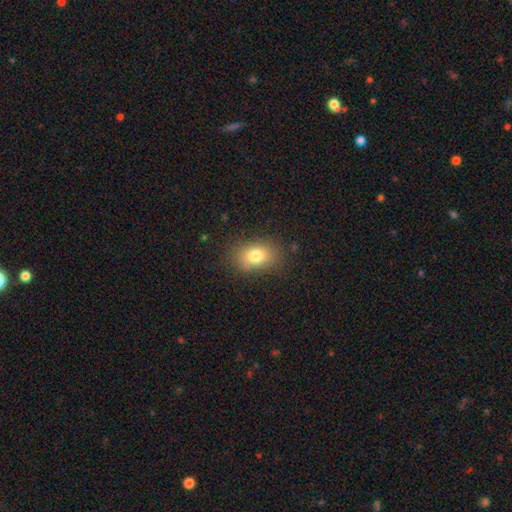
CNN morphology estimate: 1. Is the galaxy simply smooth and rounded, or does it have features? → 79% smooth, 11% featured or disk, 11% star or artifact.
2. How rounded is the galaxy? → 78% in between, 21% round, 1% cigar-shaped.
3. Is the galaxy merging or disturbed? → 80% none, 14% minor disturbance, 5% major disturbance, 1% merger.